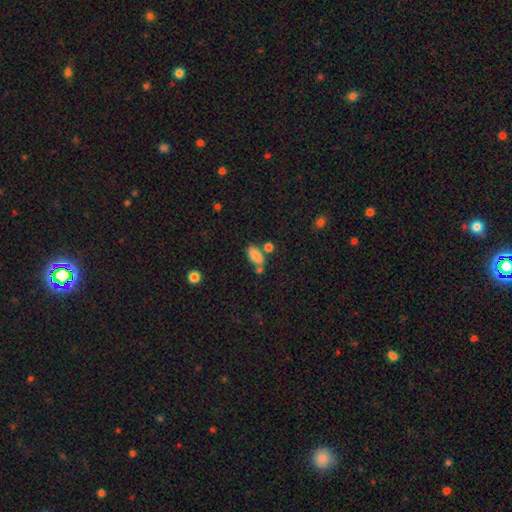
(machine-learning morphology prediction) Smooth or featured: smooth — 84% (star or artifact — 9%)
How rounded: in between — 88% (cigar-shaped — 8%)
Merging: none — 57% (merger — 22%)